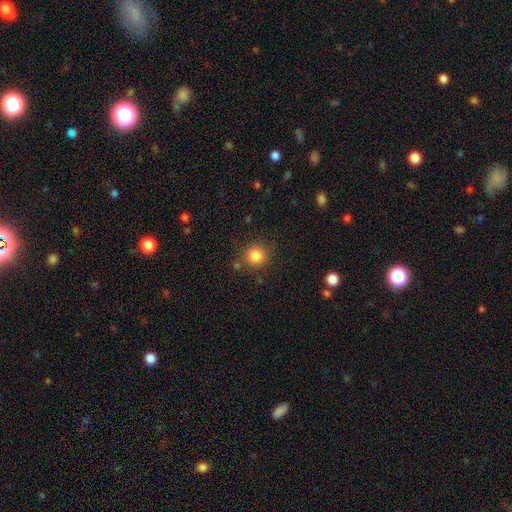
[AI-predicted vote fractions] Morphology: type=smooth (84%); roundness=round (92%); merging=none (84%).